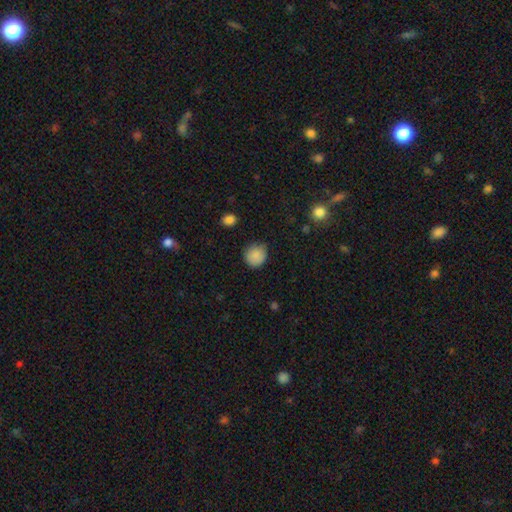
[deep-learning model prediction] Overall: smooth (87%). How rounded: round (91%). Merging: none (83%).